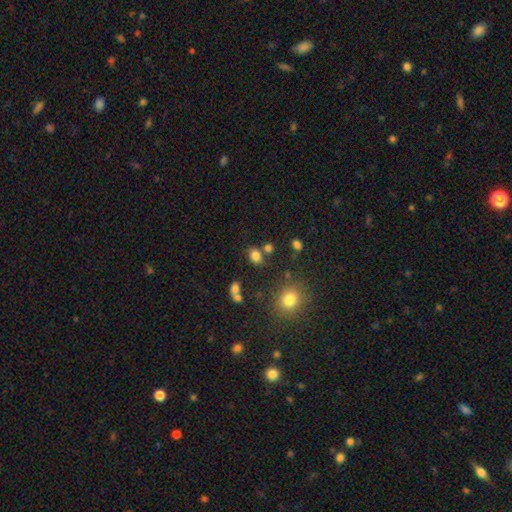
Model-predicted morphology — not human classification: The model was most divided on "how rounded": in between: 56%, round: 43%, cigar-shaped: 1%. More confident: smooth or featured — smooth (80%); merging — none (67%).